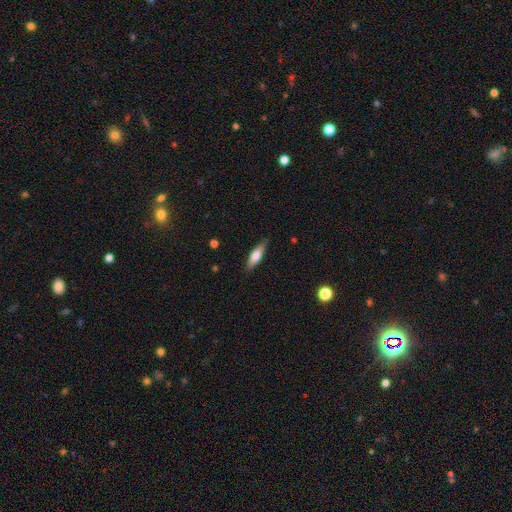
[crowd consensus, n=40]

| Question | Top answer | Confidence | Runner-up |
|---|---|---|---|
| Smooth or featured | smooth | 60% | featured or disk (32%) |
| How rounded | cigar-shaped | 62% | in between (33%) |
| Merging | none | 73% | minor disturbance (16%) |